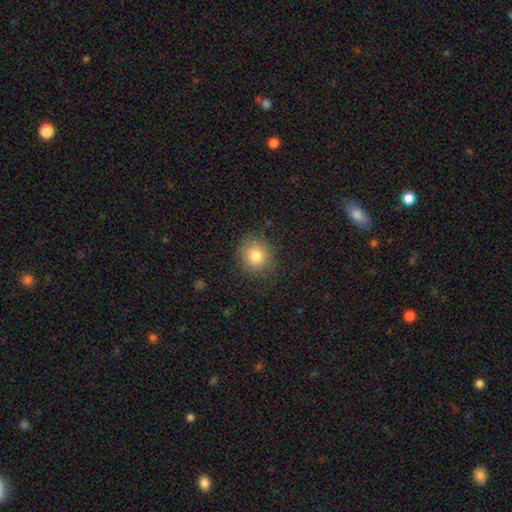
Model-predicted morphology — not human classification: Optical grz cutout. It shows a smooth galaxy with no disk features (81%) that is round (87%). Merging: none (84%).